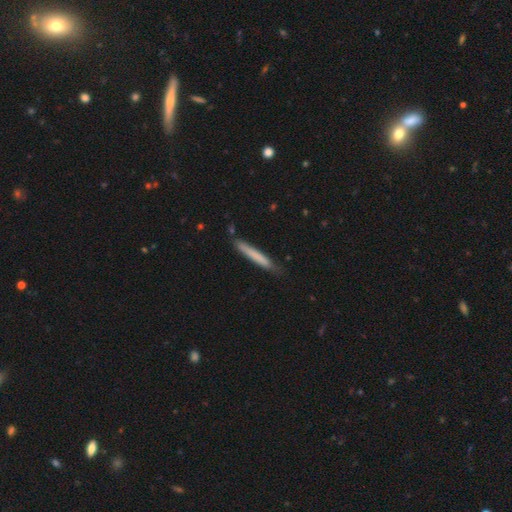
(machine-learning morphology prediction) Smooth or featured: smooth — 73% (featured or disk — 22%)
How rounded: cigar-shaped — 96% (in between — 3%)
Merging: none — 79% (minor disturbance — 16%)